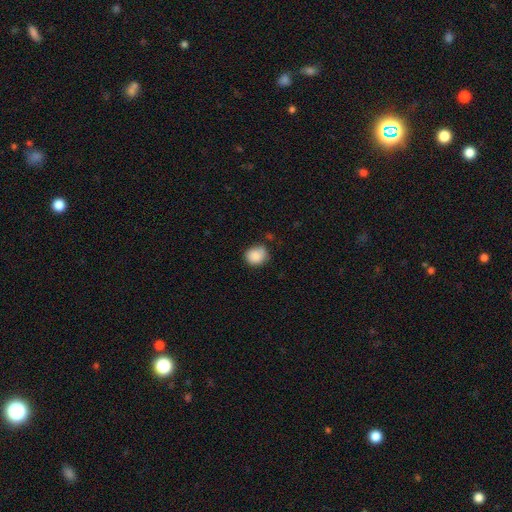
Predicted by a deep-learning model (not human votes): Smooth or featured? Predicted: smooth (p=0.87). How rounded? Predicted: round (p=0.77). Merging? Predicted: none (p=0.66).